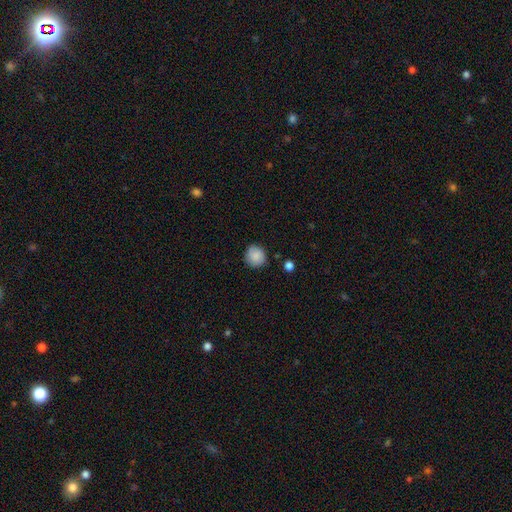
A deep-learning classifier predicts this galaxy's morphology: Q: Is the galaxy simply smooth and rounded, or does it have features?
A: smooth — 86%.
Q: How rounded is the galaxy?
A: round — 90%.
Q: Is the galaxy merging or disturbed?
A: none — 83%.